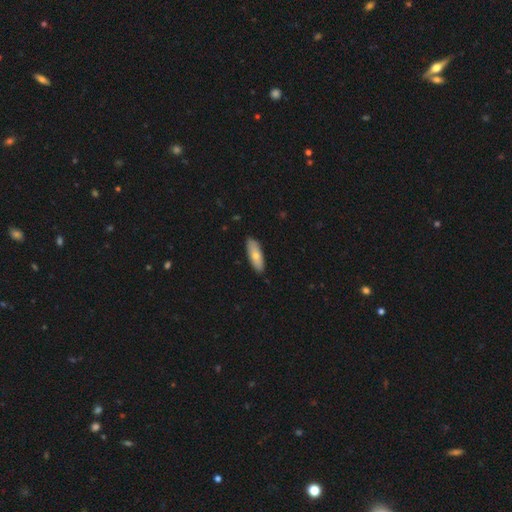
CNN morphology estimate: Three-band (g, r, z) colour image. It shows a smooth galaxy with no disk features (69%) that is in between round and cigar-shaped (65%). Merging: none (88%).